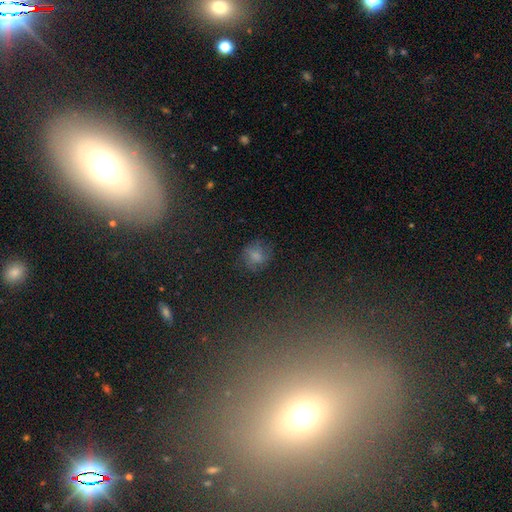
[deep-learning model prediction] The model was most divided on "smooth or featured": smooth: 59%, star or artifact: 21%, featured or disk: 20%. More confident: how rounded — round (71%); merging — none (65%).